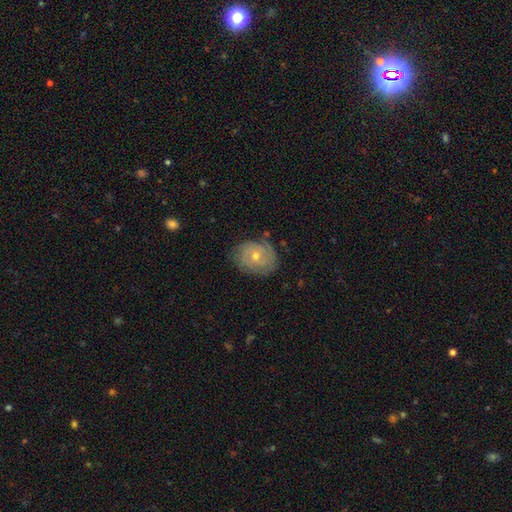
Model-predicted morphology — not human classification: This appears to be a featured or disk galaxy (64%) with no bar (75%), tight (68%) spiral arms (84%) and a small central bulge (50%). Merging: none (77%).